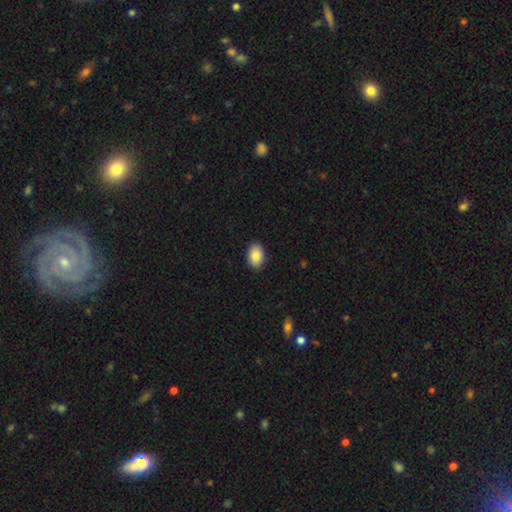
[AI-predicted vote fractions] Q: Smooth or featured?
A: smooth (89%); runner-up: star or artifact (7%)
Q: How rounded?
A: in between (87%); runner-up: round (12%)
Q: Merging?
A: none (90%); runner-up: minor disturbance (7%)